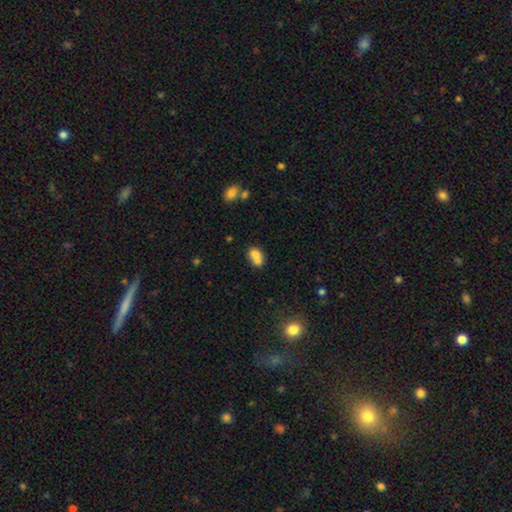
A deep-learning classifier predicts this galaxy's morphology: The model was most divided on "how rounded": in between: 53%, round: 46%, cigar-shaped: 1%. More confident: smooth or featured — smooth (72%); merging — merger (62%).